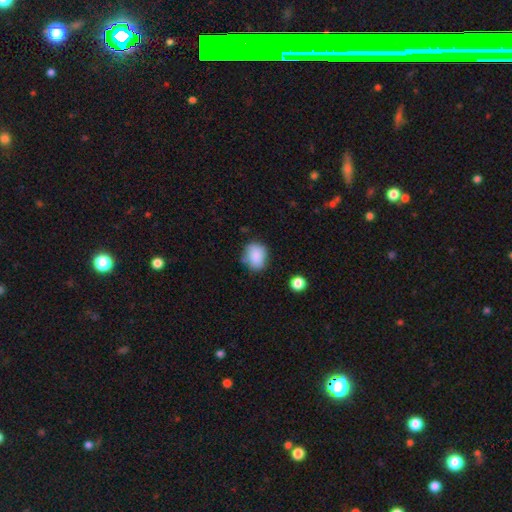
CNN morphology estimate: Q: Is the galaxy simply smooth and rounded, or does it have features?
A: smooth — 85%.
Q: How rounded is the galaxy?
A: in between — 56%.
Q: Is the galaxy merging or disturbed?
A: none — 68%.